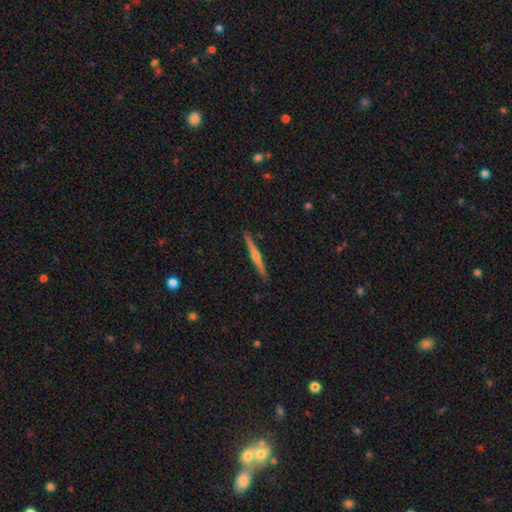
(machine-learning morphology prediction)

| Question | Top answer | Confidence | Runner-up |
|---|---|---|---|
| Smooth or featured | featured or disk | 68% | smooth (26%) |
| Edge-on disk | yes | 98% | no (2%) |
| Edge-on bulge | rounded | 82% | none (12%) |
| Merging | none | 91% | minor disturbance (6%) |